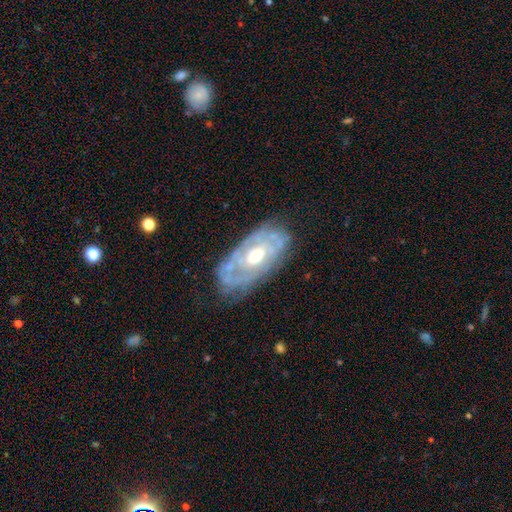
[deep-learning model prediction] A featured or disk galaxy (79%) with no bar (68%), tight (66%) spiral arms (75%) and a moderate central bulge (68%). Merging: none (66%).